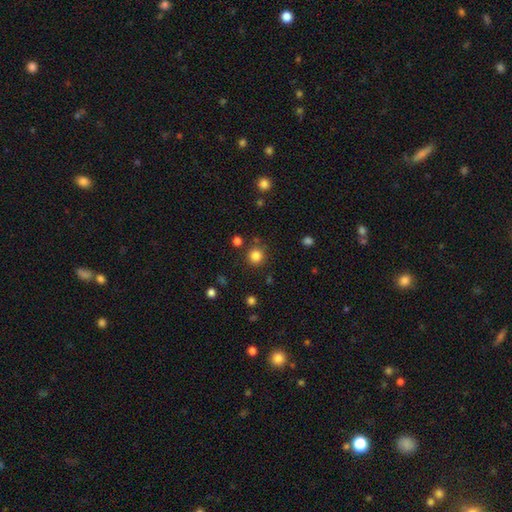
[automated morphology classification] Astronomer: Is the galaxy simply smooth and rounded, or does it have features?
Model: smooth — 83%.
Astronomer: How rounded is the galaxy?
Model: round — 94%.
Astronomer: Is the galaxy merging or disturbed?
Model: none — 86%.